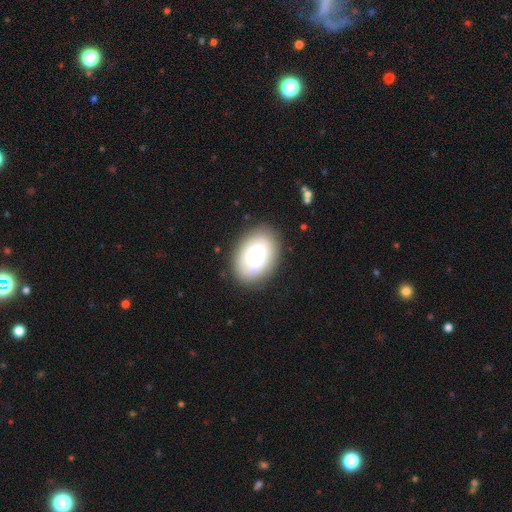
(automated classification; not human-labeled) Morphology: type=smooth (75%); roundness=in between (80%); merging=none (86%).